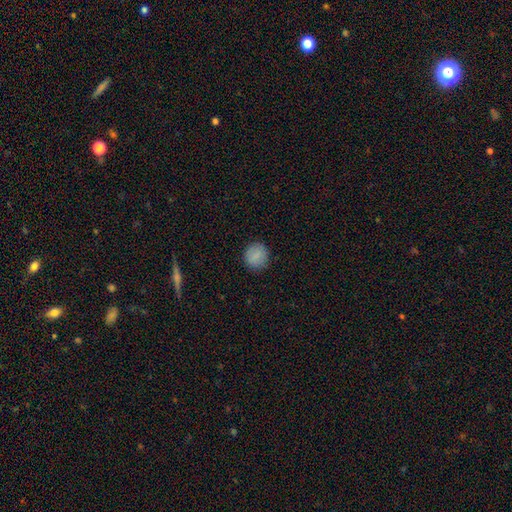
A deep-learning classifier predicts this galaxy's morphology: Smooth or featured?
  - smooth: 87% *
  - star or artifact: 8%
  - featured or disk: 5%
How rounded?
  - round: 92% *
  - in between: 8%
  - cigar-shaped: 1%
Merging?
  - none: 89% *
  - minor disturbance: 8%
  - major disturbance: 2%
  - merger: 1%